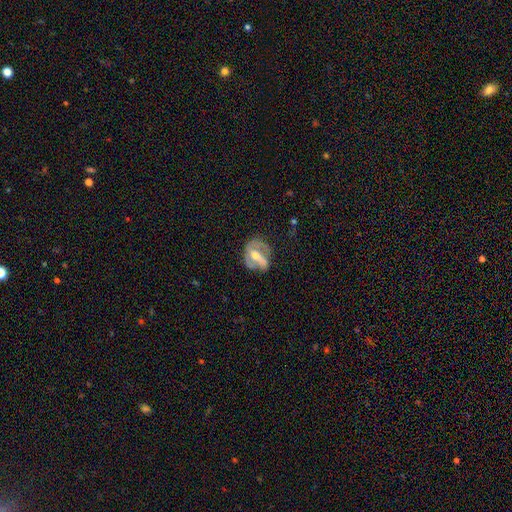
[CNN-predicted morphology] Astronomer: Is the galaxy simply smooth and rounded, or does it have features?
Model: featured or disk — 68%.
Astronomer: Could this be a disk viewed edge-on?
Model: no — 95%.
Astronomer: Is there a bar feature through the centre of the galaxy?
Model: strong — 41% (runner-up: weak, 34%).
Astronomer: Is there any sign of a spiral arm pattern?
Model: yes — 62% (runner-up: no, 38%).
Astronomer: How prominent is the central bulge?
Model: moderate — 67%.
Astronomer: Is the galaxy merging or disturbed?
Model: none — 49% (runner-up: minor disturbance, 26%).